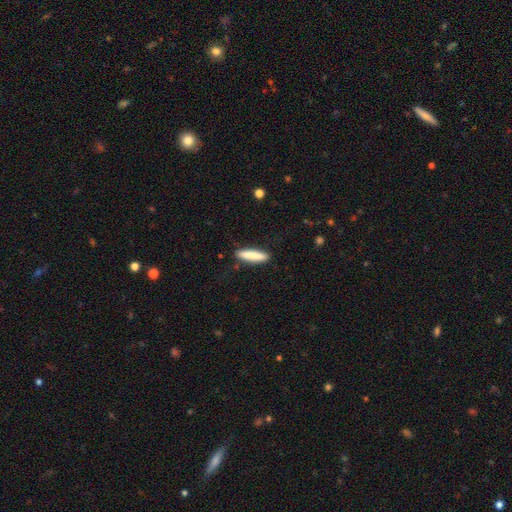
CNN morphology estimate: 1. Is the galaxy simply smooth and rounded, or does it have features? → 83% smooth, 11% featured or disk, 6% star or artifact.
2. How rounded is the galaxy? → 85% cigar-shaped, 14% in between, 1% round.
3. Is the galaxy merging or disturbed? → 88% none, 9% minor disturbance, 2% major disturbance, 1% merger.